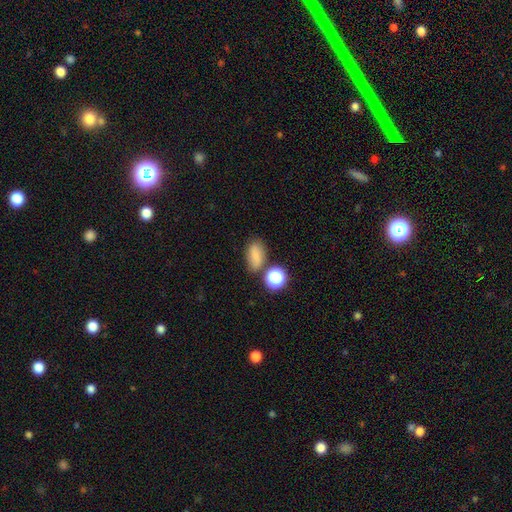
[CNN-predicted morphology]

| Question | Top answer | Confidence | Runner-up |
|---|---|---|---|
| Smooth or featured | smooth | 76% | star or artifact (14%) |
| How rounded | in between | 79% | round (17%) |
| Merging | none | 64% | minor disturbance (19%) |